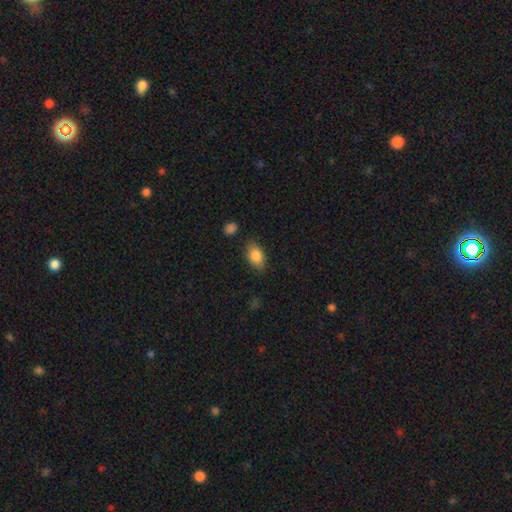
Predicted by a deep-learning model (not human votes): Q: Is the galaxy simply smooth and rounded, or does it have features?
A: smooth — 84%.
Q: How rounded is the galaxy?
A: in between — 86%.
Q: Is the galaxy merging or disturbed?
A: none — 81%.